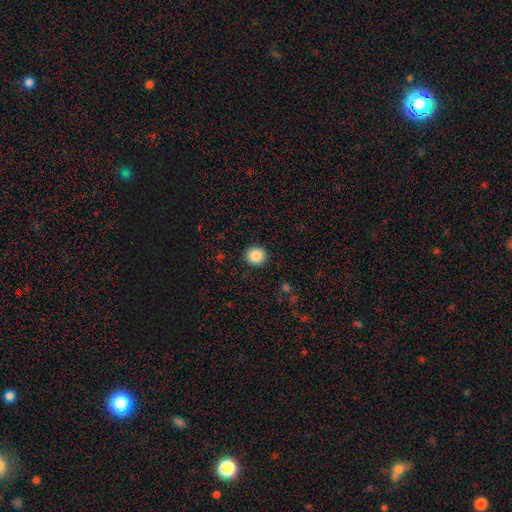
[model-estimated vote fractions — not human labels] A smooth galaxy with no disk features (87%) that is round (92%).

Vote fractions:
- Smooth or featured? smooth: 87% / star or artifact: 9% / featured or disk: 3%
- How rounded? round: 92% / in between: 7% / cigar-shaped: 1%
- Merging? none: 92% / minor disturbance: 5% / major disturbance: 2% / merger: 1%